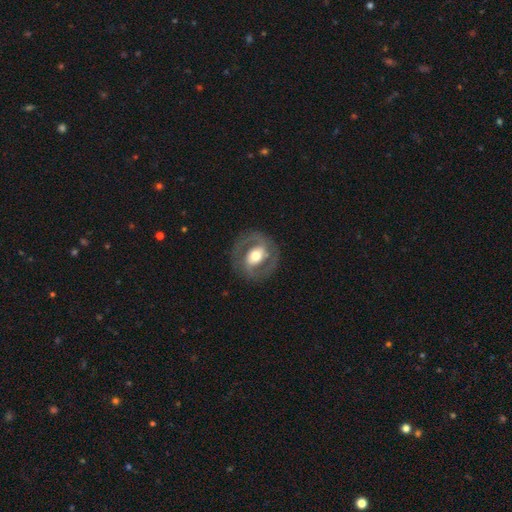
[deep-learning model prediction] This is likely a featured or disk galaxy (73%). It is clearly not viewed edge-on (95%). Bar: marginally strong (35%). Spiral arm pattern: likely yes (67%). Central bulge: likely moderate (64%). Merging: clearly none (81%).